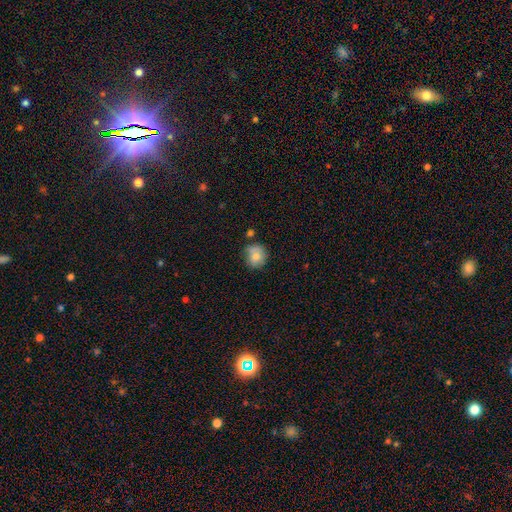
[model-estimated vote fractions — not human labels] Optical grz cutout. It shows a smooth galaxy with no disk features (74%) that is round (83%). Merging: none (60%).